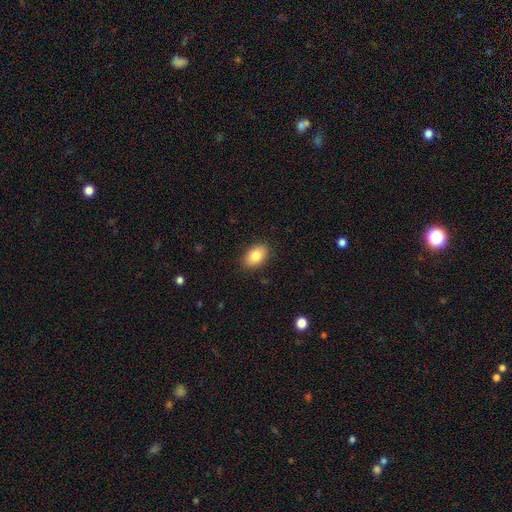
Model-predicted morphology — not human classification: A smooth galaxy with no disk features (84%) that is in between round and cigar-shaped (88%).

Vote fractions:
- Smooth or featured? smooth: 84% / featured or disk: 9% / star or artifact: 8%
- How rounded? in between: 88% / round: 11% / cigar-shaped: 1%
- Merging? none: 87% / minor disturbance: 9% / major disturbance: 2% / merger: 1%